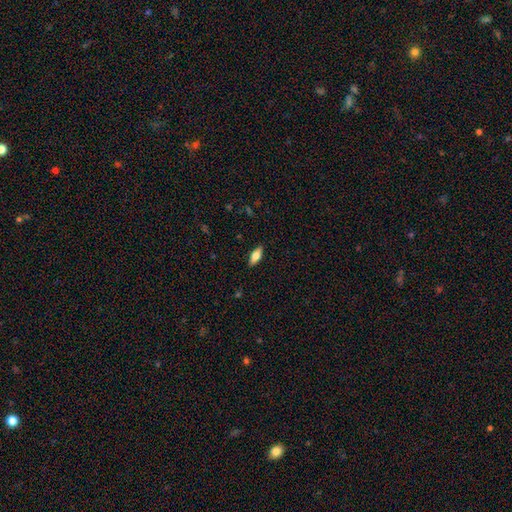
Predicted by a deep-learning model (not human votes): A smooth galaxy with no disk features (70%) that is in between round and cigar-shaped (75%).

Vote fractions:
- Smooth or featured? smooth: 70% / featured or disk: 24% / star or artifact: 7%
- How rounded? in between: 75% / cigar-shaped: 22% / round: 2%
- Merging? none: 89% / minor disturbance: 9% / major disturbance: 2% / merger: 1%